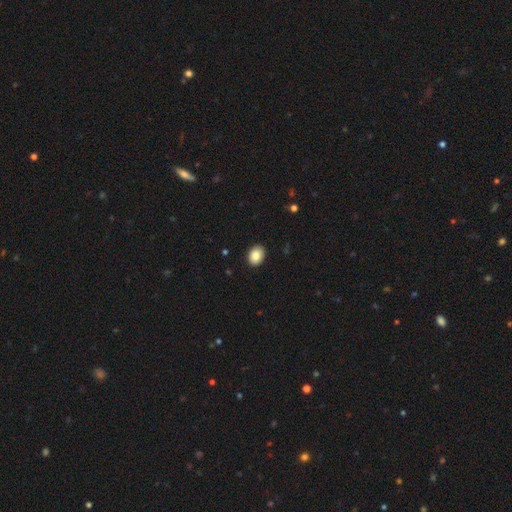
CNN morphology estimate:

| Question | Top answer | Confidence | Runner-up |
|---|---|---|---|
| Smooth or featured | smooth | 85% | star or artifact (8%) |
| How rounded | in between | 65% | round (34%) |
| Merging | none | 91% | minor disturbance (6%) |